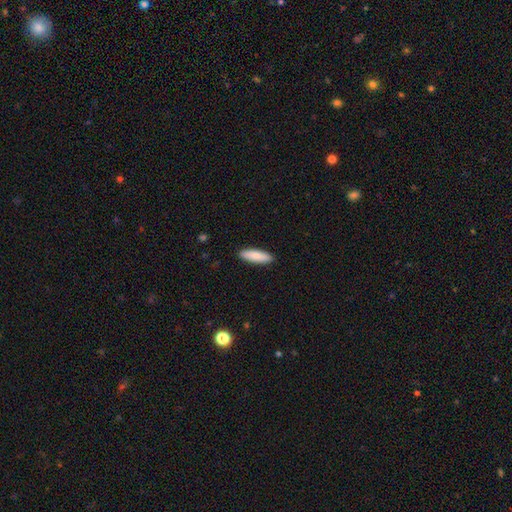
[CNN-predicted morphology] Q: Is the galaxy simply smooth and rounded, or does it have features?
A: smooth — 86%.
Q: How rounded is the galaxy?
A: cigar-shaped — 59%.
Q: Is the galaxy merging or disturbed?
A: none — 91%.